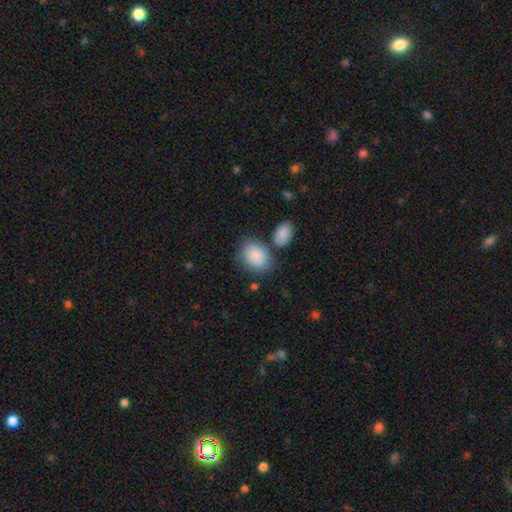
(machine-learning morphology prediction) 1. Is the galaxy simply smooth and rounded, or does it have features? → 87% smooth, 6% star or artifact, 6% featured or disk.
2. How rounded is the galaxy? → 63% in between, 36% round, 1% cigar-shaped.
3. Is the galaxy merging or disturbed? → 62% none, 17% minor disturbance, 16% merger, 6% major disturbance.